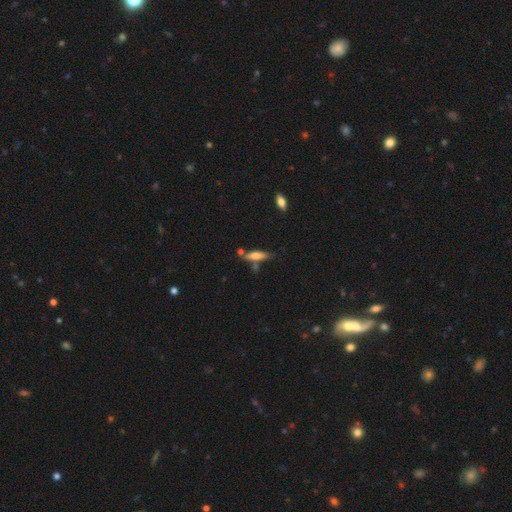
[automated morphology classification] smooth-or-featured: smooth: 65% | featured or disk: 27% | star or artifact: 8%
  how-rounded: cigar-shaped: 64% | in between: 34% | round: 2%
  merging: none: 64% | minor disturbance: 19% | merger: 13% | major disturbance: 5%